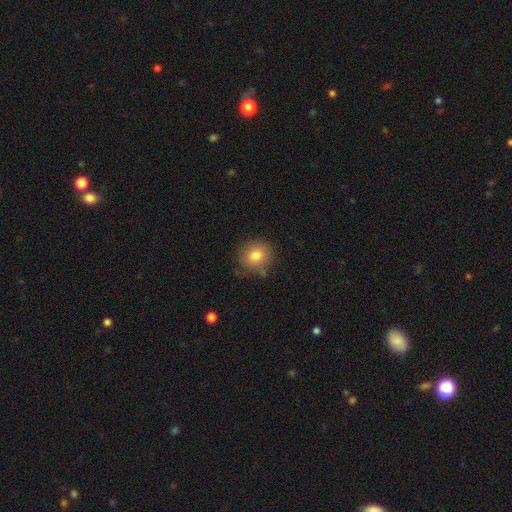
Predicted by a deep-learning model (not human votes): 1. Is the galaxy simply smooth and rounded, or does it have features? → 81% smooth, 9% featured or disk, 9% star or artifact.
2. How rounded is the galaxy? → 81% round, 18% in between, 1% cigar-shaped.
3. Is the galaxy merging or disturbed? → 74% none, 18% minor disturbance, 4% major disturbance, 3% merger.